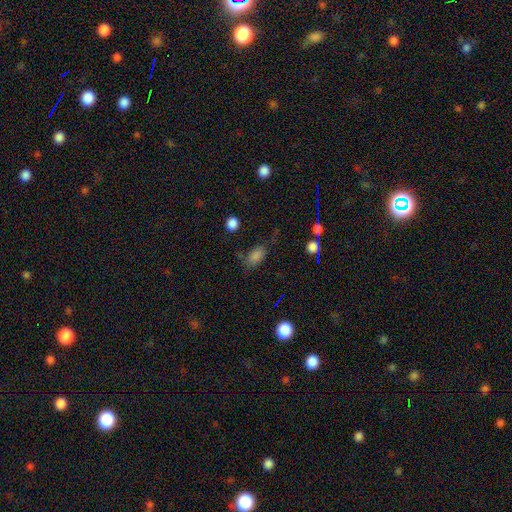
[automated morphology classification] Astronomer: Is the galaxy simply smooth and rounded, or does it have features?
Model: smooth — 78%.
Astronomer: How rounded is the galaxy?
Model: in between — 85%.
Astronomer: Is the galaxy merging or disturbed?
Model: none — 64%.